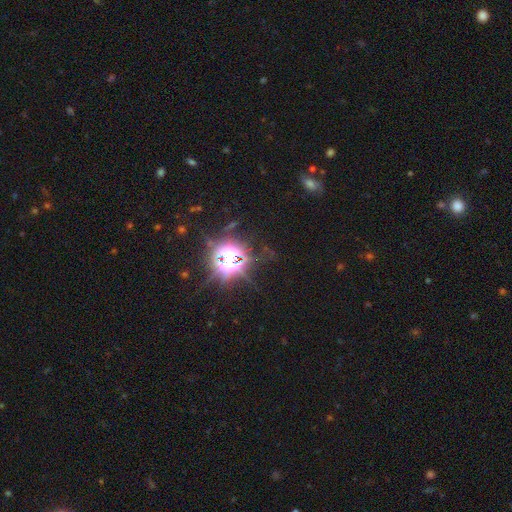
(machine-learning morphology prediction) This is clearly a star or artifact rather than a galaxy (83%).